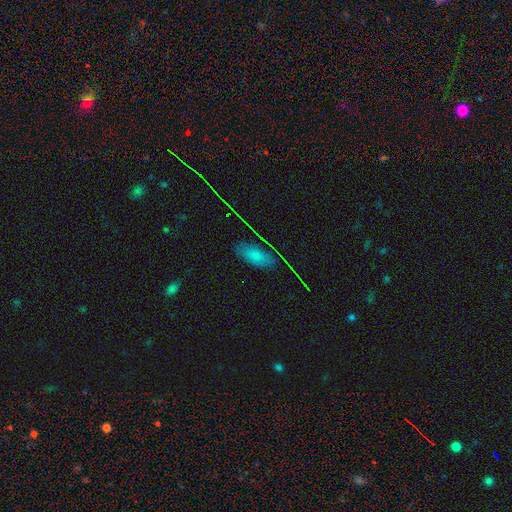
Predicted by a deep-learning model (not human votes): Smooth or featured?
  - smooth: 66% *
  - star or artifact: 20%
  - featured or disk: 14%
How rounded?
  - in between: 90% *
  - cigar-shaped: 5%
  - round: 4%
Merging?
  - none: 77% *
  - minor disturbance: 16%
  - major disturbance: 4%
  - merger: 2%